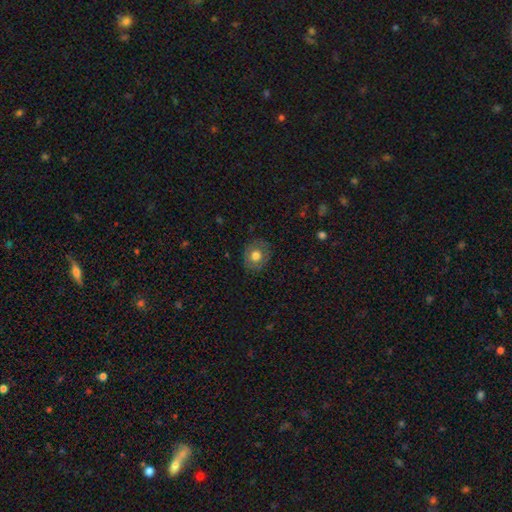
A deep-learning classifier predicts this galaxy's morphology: Q: Smooth or featured?
A: smooth (68%); runner-up: featured or disk (23%)
Q: How rounded?
A: round (70%); runner-up: in between (29%)
Q: Merging?
A: none (83%); runner-up: minor disturbance (12%)